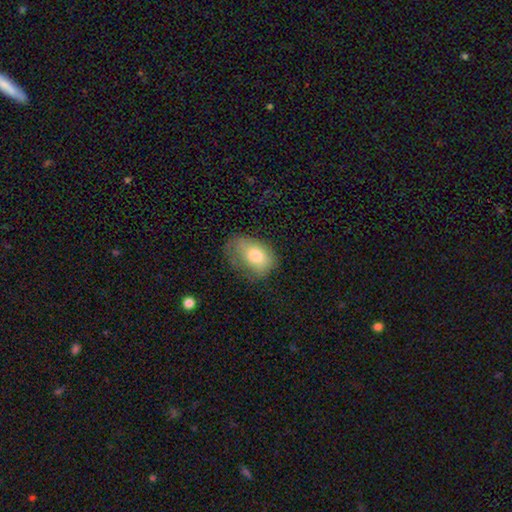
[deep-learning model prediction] smooth_or_featured: smooth (p=0.74) [alt: featured or disk p=0.18]
how_rounded: in between (p=0.79) [alt: round p=0.20]
merging: none (p=0.40) [alt: minor disturbance p=0.35]